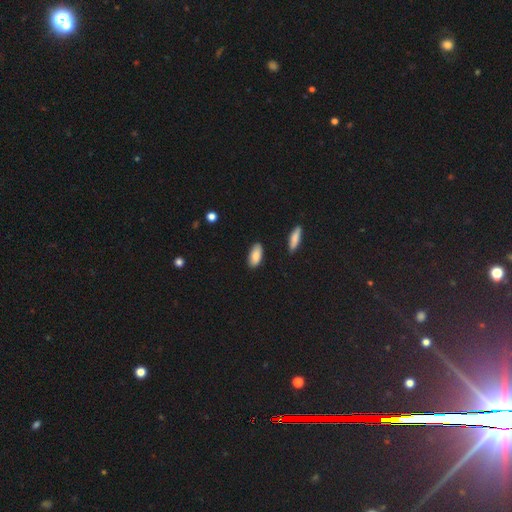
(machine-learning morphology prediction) smooth_or_featured: smooth (p=0.86) [alt: featured or disk p=0.08]
how_rounded: in between (p=0.89) [alt: cigar-shaped p=0.08]
merging: none (p=0.85) [alt: minor disturbance p=0.11]